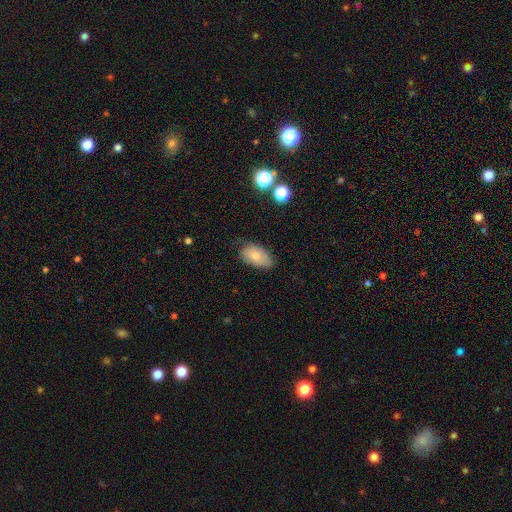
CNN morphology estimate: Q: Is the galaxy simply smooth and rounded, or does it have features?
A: smooth — 74%.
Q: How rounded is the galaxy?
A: in between — 93%.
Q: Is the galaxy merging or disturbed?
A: none — 64%.